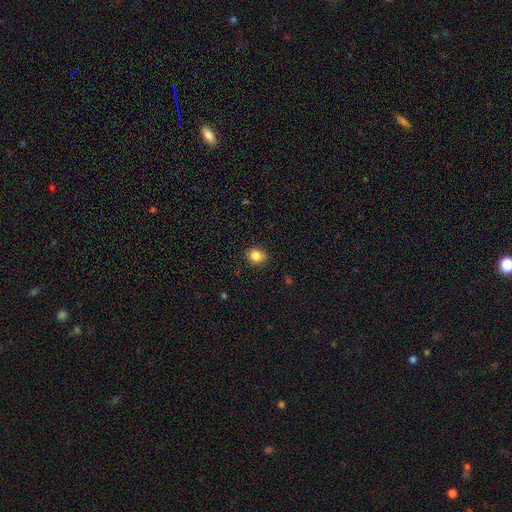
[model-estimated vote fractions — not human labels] A smooth galaxy with no disk features (84%) that is round (73%). Merging: none (81%).